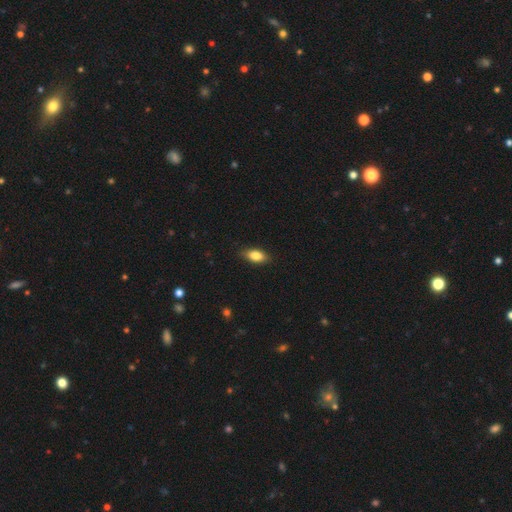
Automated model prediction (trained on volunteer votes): smooth-or-featured: smooth: 82% | featured or disk: 10% | star or artifact: 7%
  how-rounded: in between: 86% | cigar-shaped: 10% | round: 5%
  merging: none: 86% | minor disturbance: 11% | major disturbance: 2% | merger: 1%